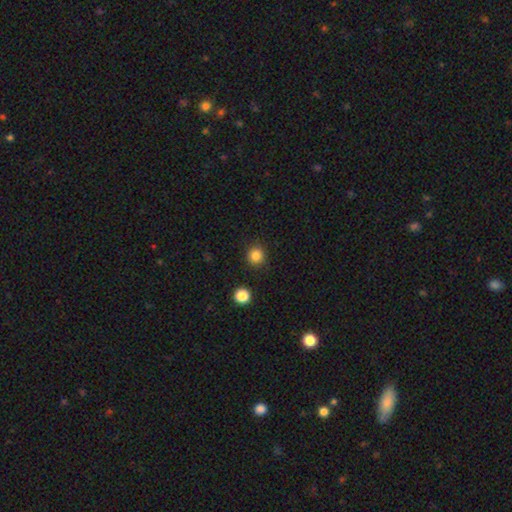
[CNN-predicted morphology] Overall: smooth (84%). How rounded: round (93%). Merging: none (91%).